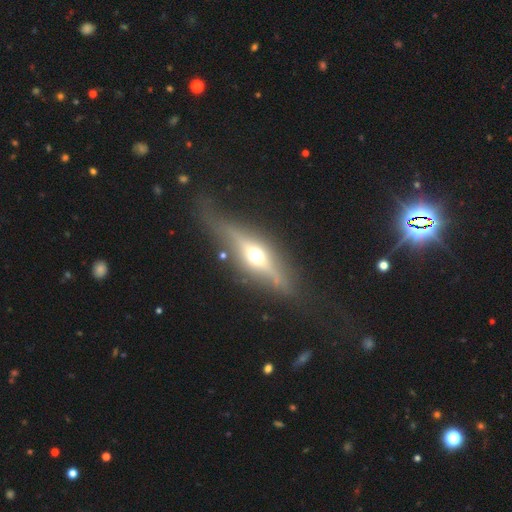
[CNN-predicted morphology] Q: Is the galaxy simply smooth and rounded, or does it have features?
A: featured or disk — 70%.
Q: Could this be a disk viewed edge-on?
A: yes — 89%.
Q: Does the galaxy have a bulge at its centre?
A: rounded — 95%.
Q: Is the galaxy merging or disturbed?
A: none — 77%.